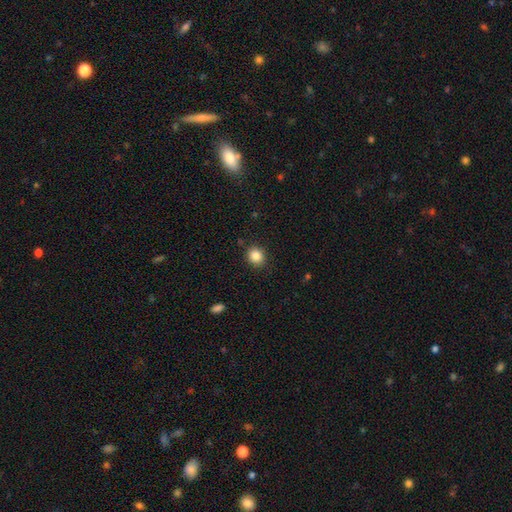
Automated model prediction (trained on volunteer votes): A smooth galaxy with no disk features (85%) that is round (80%). Merging: none (89%).